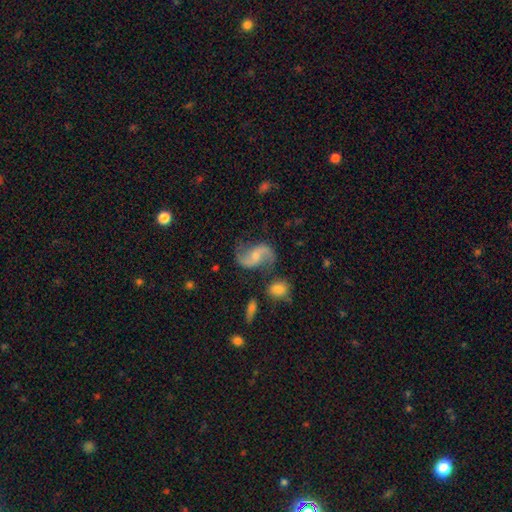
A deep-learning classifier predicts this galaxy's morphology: Smooth or featured: featured or disk — 83% (smooth — 11%)
Edge-on disk: no — 97% (yes — 3%)
Bar: no — 48% (weak — 40%)
Spiral arms: yes — 95% (no — 5%)
Spiral winding: loose — 71% (medium — 24%)
Spiral arm count: 2 — 93% (can't tell — 2%)
Bulge size: small — 47% (moderate — 41%)
Merging: none — 70% (minor disturbance — 16%)